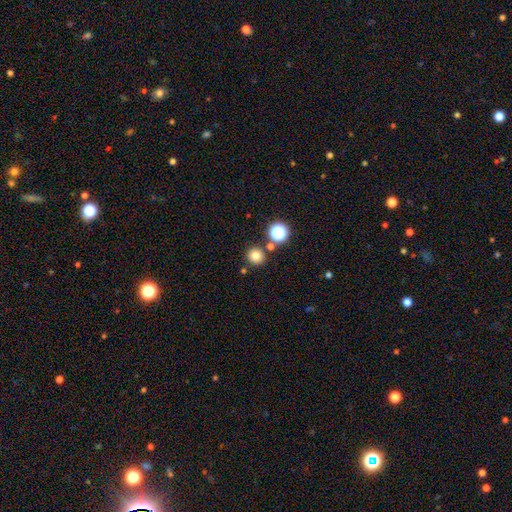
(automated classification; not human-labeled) smooth 77%, star or artifact 16%, featured or disk 7%. Down the decision tree: how rounded — round (91%); merging — none (81%).